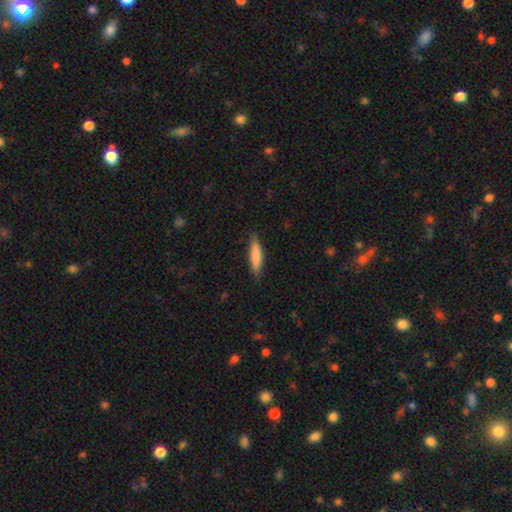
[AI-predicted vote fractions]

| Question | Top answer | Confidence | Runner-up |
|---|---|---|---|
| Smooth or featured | smooth | 78% | featured or disk (16%) |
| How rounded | cigar-shaped | 78% | in between (21%) |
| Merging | none | 83% | minor disturbance (14%) |